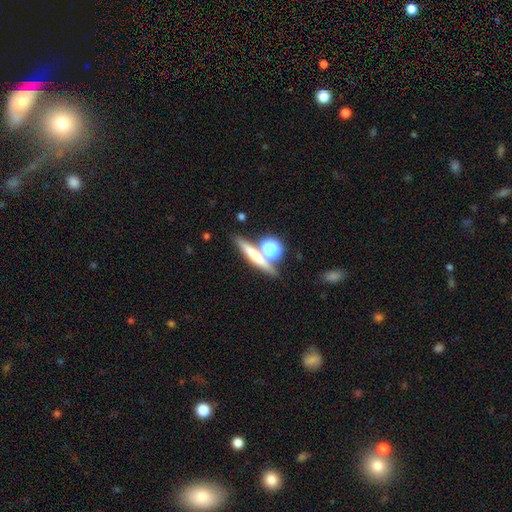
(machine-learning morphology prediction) Smooth or featured: smooth — 53% (featured or disk — 33%)
How rounded: cigar-shaped — 60% (round — 25%)
Merging: none — 67% (merger — 21%)